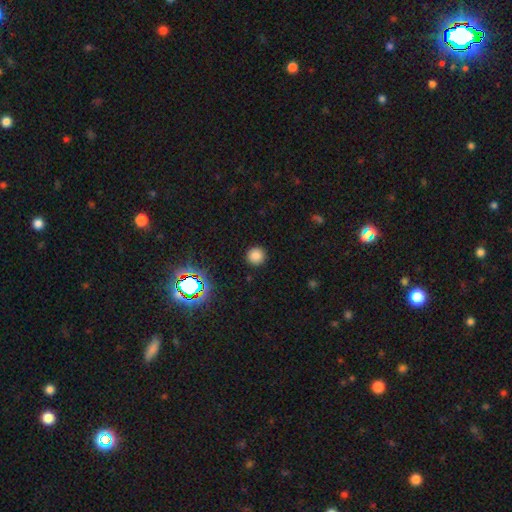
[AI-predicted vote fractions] smooth-or-featured: smooth: 79% | star or artifact: 16% | featured or disk: 4%
  how-rounded: round: 95% | in between: 4% | cigar-shaped: 1%
  merging: none: 91% | minor disturbance: 5% | major disturbance: 2% | merger: 1%